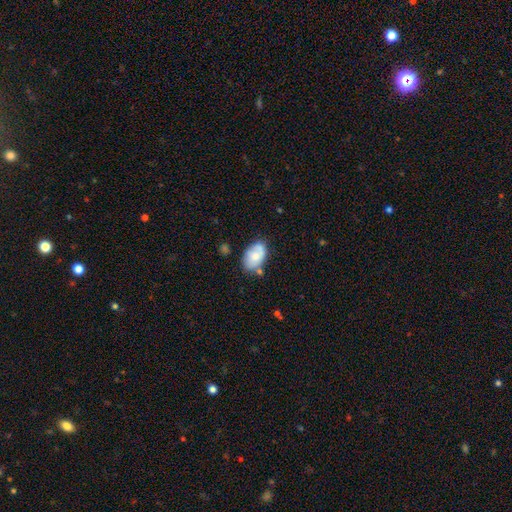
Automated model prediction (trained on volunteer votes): smooth-or-featured: smooth: 67% | featured or disk: 26% | star or artifact: 7%
  how-rounded: in between: 90% | round: 9% | cigar-shaped: 1%
  merging: none: 60% | minor disturbance: 25% | merger: 9% | major disturbance: 6%